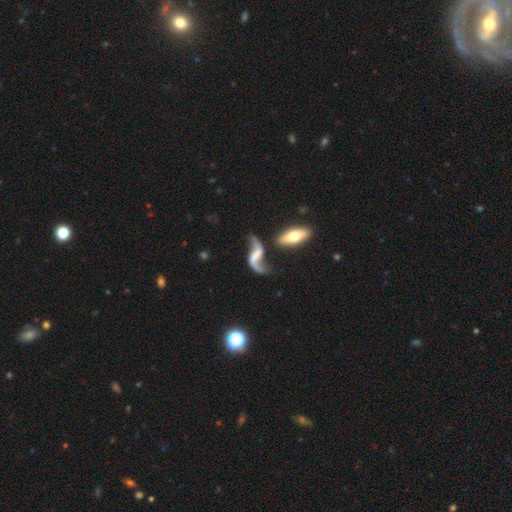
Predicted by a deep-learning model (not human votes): This is clearly a featured or disk galaxy (84%). It is clearly not viewed edge-on (93%). Bar: marginally weak (39%). Spiral arm pattern: clearly yes (92%). Spiral arm count: clearly 2 (91%). Spiral winding: clearly loose (92%). Central bulge: possibly none (54%). Merging: possibly none (54%).